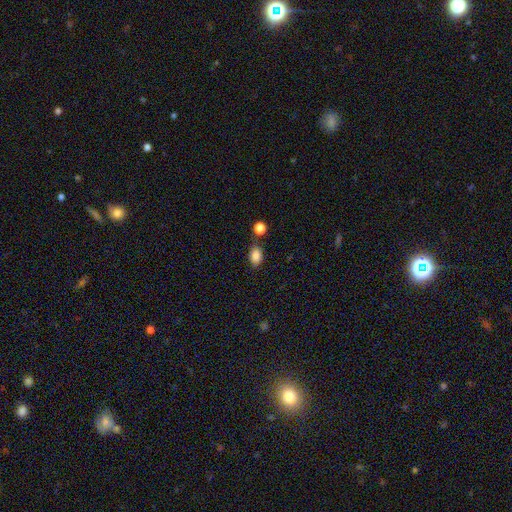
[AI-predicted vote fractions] A smooth galaxy with no disk features (85%) that is in between round and cigar-shaped (78%). Merging: none (71%).